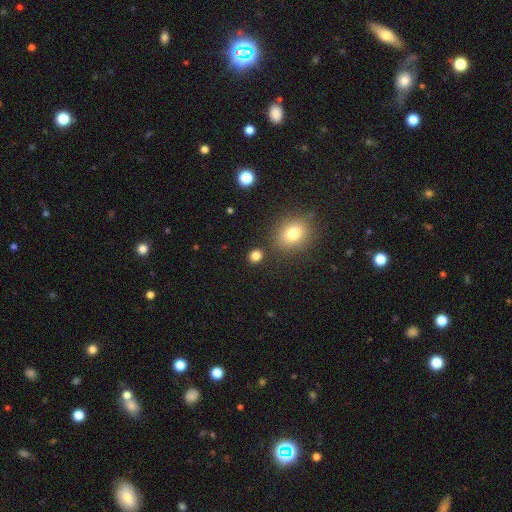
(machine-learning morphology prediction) type=smooth (81%); roundness=round (76%); merging=none (85%).